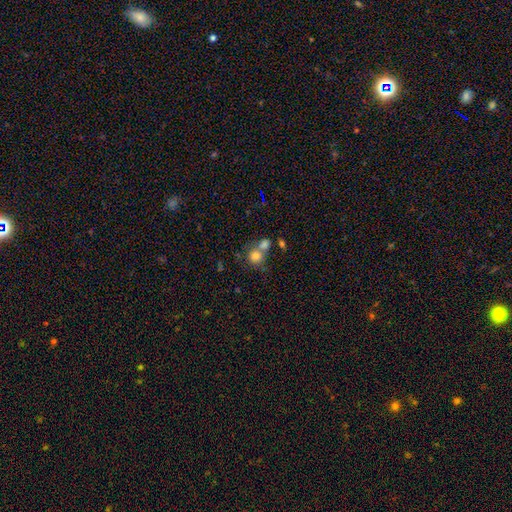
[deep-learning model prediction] Smooth or featured: smooth — 78% (star or artifact — 12%)
How rounded: round — 83% (in between — 16%)
Merging: none — 43% (tied with merger — 43%)